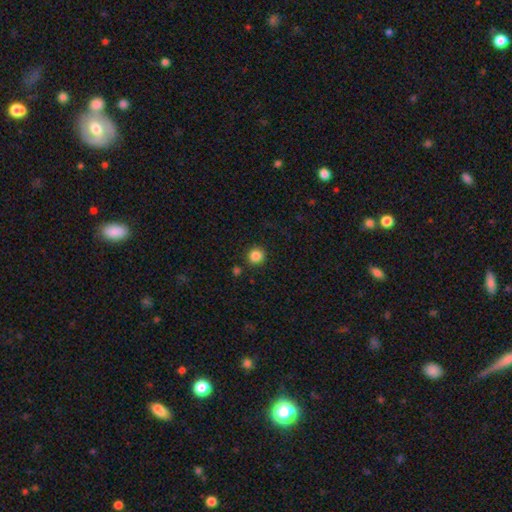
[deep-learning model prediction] Overall: smooth (86%). How rounded: round (90%). Merging: none (87%).